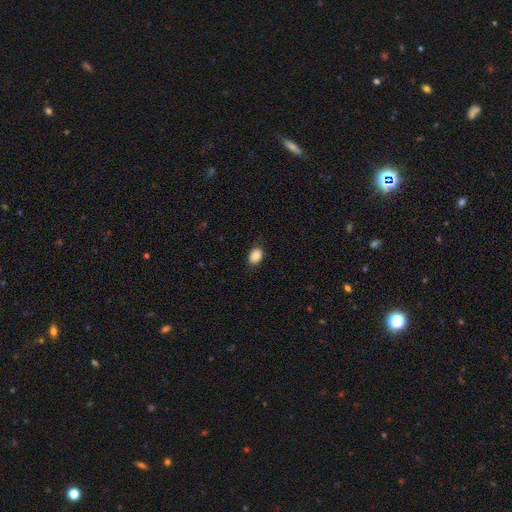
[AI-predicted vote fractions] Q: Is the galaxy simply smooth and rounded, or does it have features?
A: smooth — 87%.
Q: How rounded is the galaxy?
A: in between — 78%.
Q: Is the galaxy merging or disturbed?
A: none — 79%.